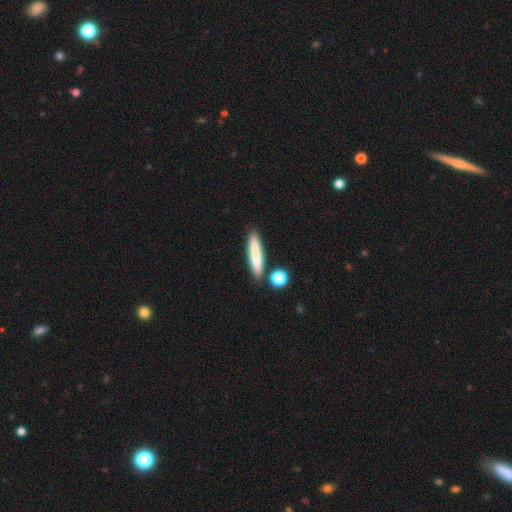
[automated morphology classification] A smooth galaxy with no disk features (76%) that is cigar-shaped (85%).

Vote fractions:
- Smooth or featured? smooth: 76% / featured or disk: 17% / star or artifact: 7%
- How rounded? cigar-shaped: 85% / in between: 13% / round: 2%
- Merging? none: 79% / minor disturbance: 10% / merger: 8% / major disturbance: 3%